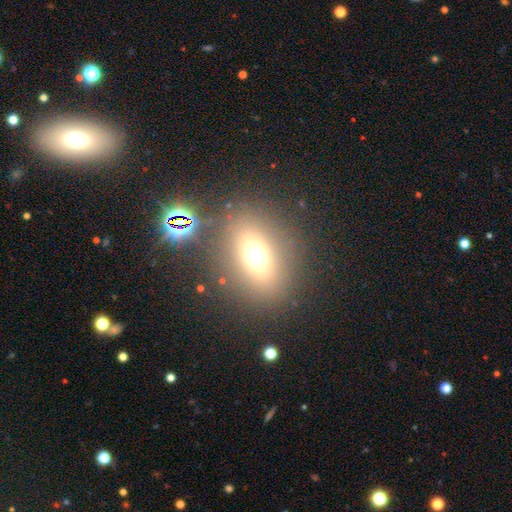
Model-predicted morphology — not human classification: Smooth or featured: smooth — 62% (star or artifact — 24%)
How rounded: in between — 54% (round — 43%)
Merging: none — 80% (minor disturbance — 9%)